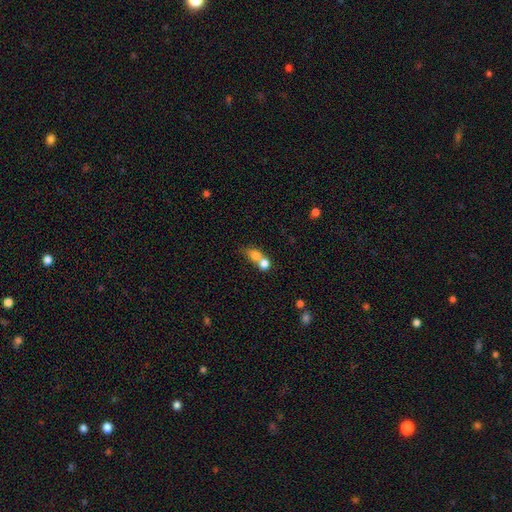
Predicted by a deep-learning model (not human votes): The model was most divided on "how rounded": round: 51%, in between: 46%, cigar-shaped: 3%. More confident: smooth or featured — smooth (75%); merging — merger (64%).